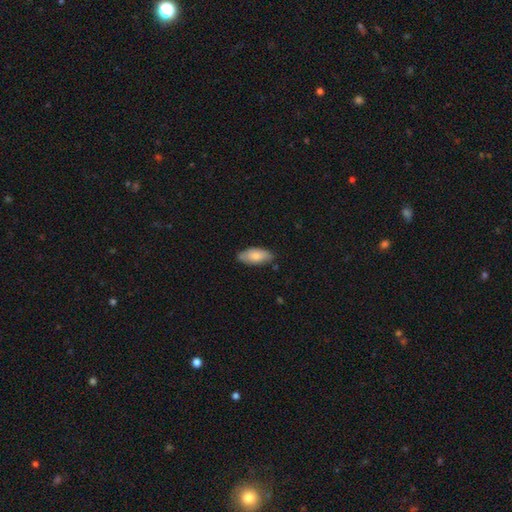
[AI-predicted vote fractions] Smooth or featured?
  - smooth: 77% *
  - featured or disk: 17%
  - star or artifact: 6%
How rounded?
  - in between: 89% *
  - cigar-shaped: 9%
  - round: 2%
Merging?
  - none: 79% *
  - minor disturbance: 17%
  - major disturbance: 2%
  - merger: 2%